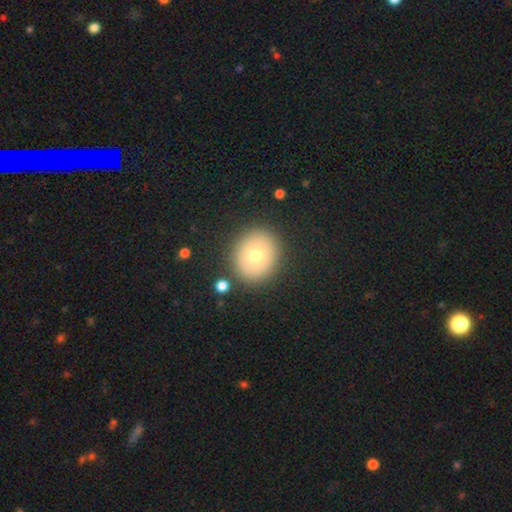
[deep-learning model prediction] The model was most divided on "smooth or featured": smooth: 66%, featured or disk: 23%, star or artifact: 11%. More confident: merging — none (88%); how rounded — round (78%).